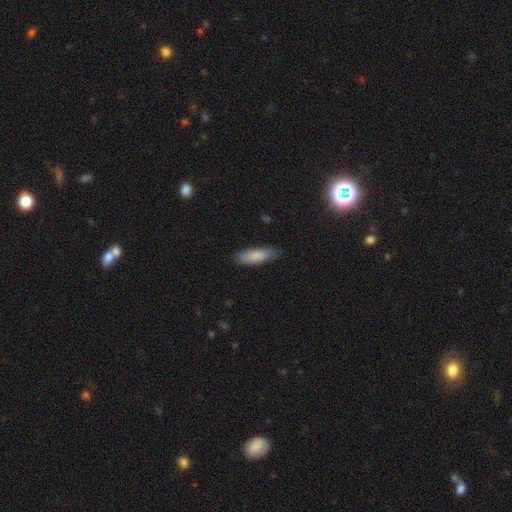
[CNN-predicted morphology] A smooth galaxy with no disk features (85%) that is in between round and cigar-shaped (66%). Merging: none (79%).